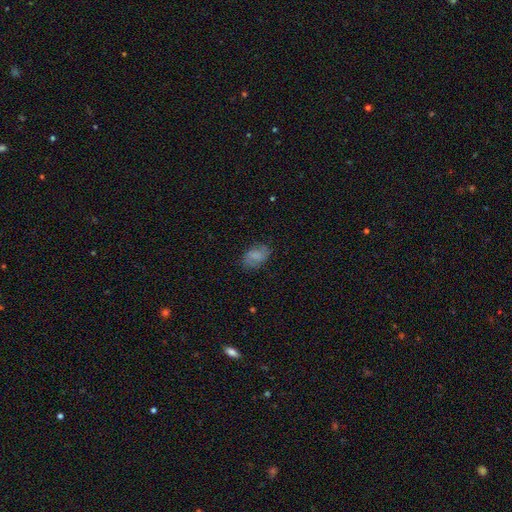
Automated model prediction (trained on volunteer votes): This appears to be a smooth galaxy with no disk features (65%) that is in between round and cigar-shaped (87%). Merging: none (72%).